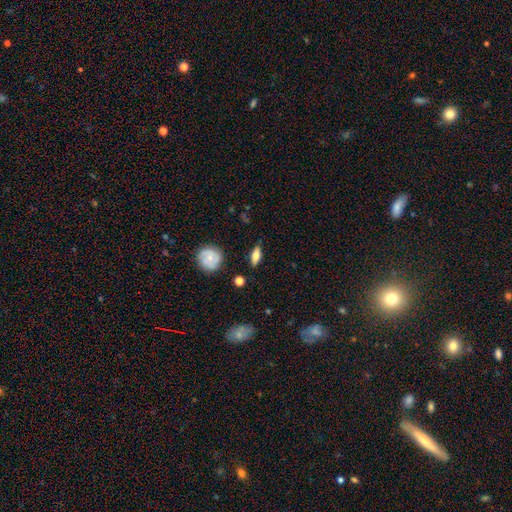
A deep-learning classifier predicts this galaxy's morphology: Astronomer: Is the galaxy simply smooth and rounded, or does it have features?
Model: smooth — 57% (runner-up: featured or disk, 36%).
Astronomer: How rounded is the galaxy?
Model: in between — 63%.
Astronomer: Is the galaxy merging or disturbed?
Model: none — 83%.